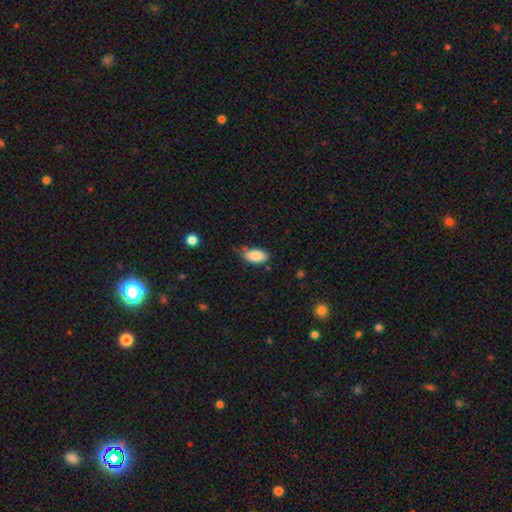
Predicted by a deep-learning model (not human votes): Smooth or featured?
  - smooth: 87% *
  - star or artifact: 7%
  - featured or disk: 6%
How rounded?
  - in between: 93% *
  - cigar-shaped: 4%
  - round: 3%
Merging?
  - none: 68% *
  - minor disturbance: 24%
  - major disturbance: 5%
  - merger: 3%